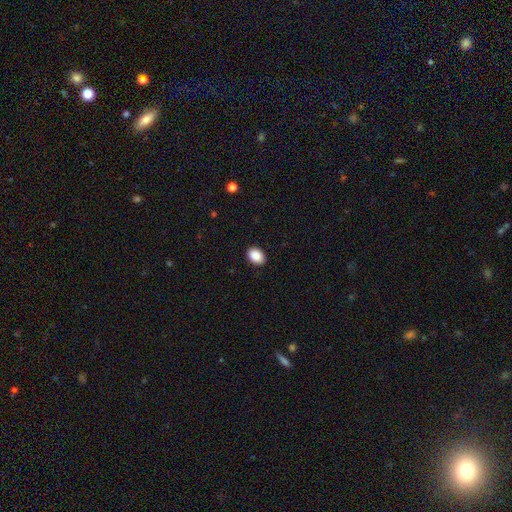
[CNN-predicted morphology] The model was most divided on "how rounded": in between: 74%, round: 25%, cigar-shaped: 1%. More confident: merging — none (90%); smooth or featured — smooth (90%).